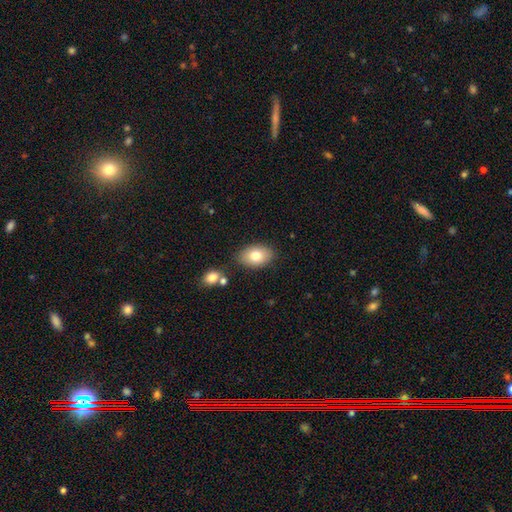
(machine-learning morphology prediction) Overall: smooth (79%). How rounded: in between (87%). Merging: none (82%).